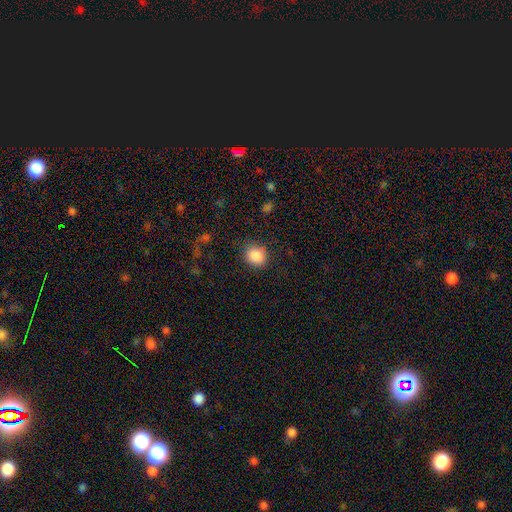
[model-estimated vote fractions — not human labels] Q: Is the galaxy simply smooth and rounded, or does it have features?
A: smooth — 87%.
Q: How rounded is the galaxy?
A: round — 73%.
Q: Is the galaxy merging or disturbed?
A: none — 84%.